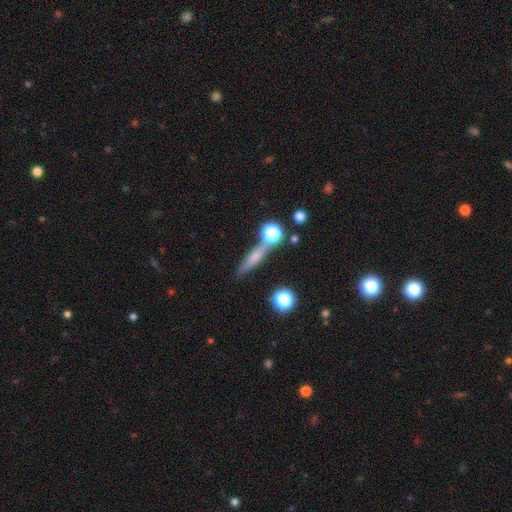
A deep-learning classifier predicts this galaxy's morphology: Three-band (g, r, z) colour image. It shows a smooth galaxy with no disk features (55%) that is cigar-shaped (74%). Merging: none (70%).